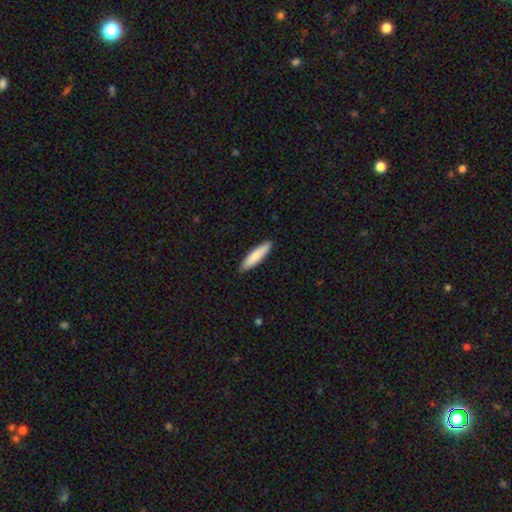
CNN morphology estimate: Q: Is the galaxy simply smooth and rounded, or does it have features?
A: smooth — 84%.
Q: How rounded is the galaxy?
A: cigar-shaped — 76%.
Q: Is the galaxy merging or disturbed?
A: none — 88%.